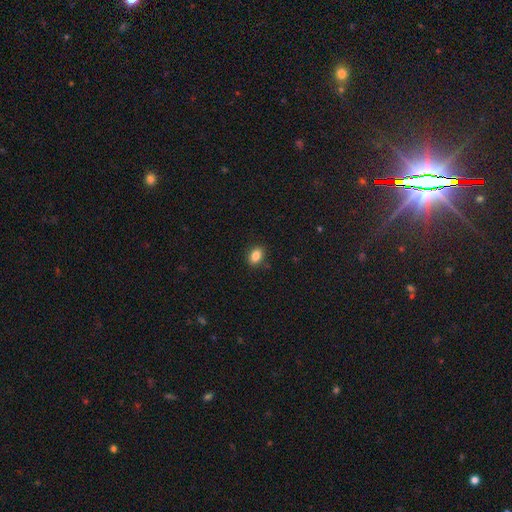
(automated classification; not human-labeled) Smooth or featured: smooth — 85% (star or artifact — 9%)
How rounded: in between — 75% (round — 24%)
Merging: none — 88% (minor disturbance — 9%)